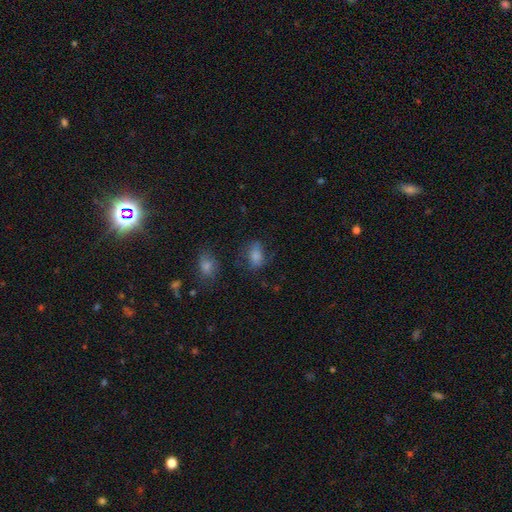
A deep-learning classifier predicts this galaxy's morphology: A smooth galaxy with no disk features (77%) that is in between round and cigar-shaped (80%). Merging: none (55%).